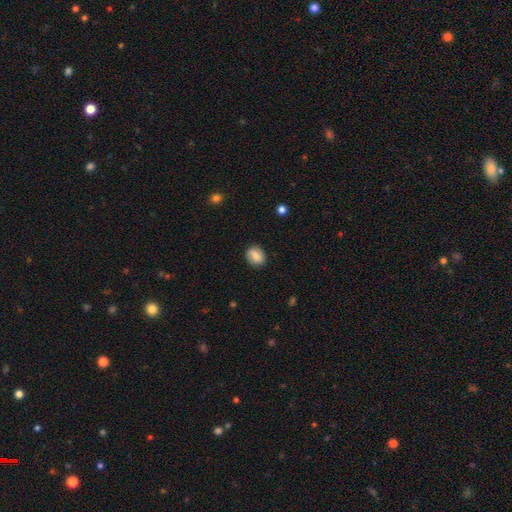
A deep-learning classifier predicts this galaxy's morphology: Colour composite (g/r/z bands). It shows a smooth galaxy with no disk features (73%) that is round (52%). Merging: none (84%).